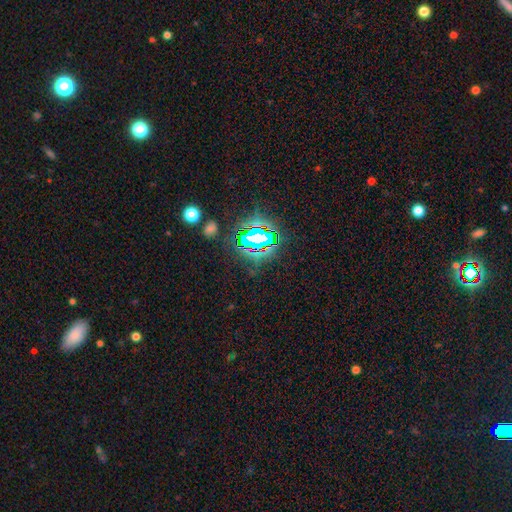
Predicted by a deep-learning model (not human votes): A star or artifact, not a galaxy (81%).

Vote fractions:
- Smooth or featured? star or artifact: 81% / smooth: 10% / featured or disk: 8%